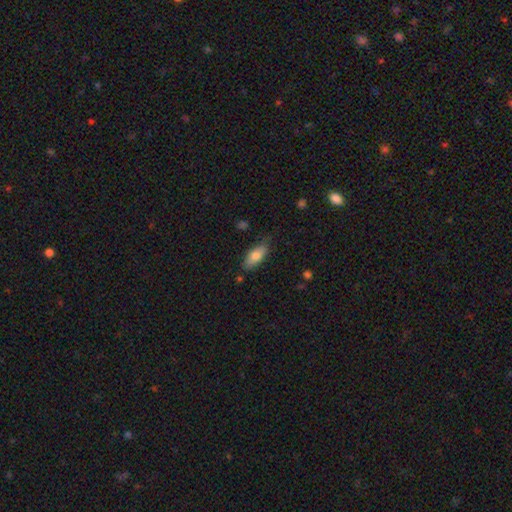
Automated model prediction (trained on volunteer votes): The model was most divided on "merging": none: 76%, minor disturbance: 18%, major disturbance: 3%, merger: 2%. More confident: how rounded — in between (78%); smooth or featured — smooth (76%).